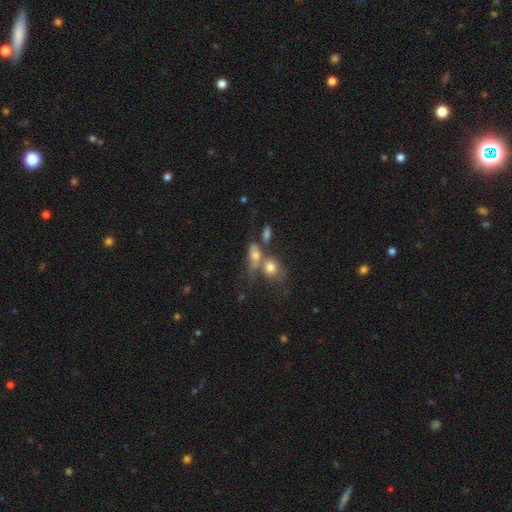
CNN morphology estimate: A smooth galaxy with no disk features (52%) that is in between round and cigar-shaped (55%).

Vote fractions:
- Smooth or featured? smooth: 52% / featured or disk: 33% / star or artifact: 16%
- How rounded? in between: 55% / round: 29% / cigar-shaped: 17%
- Merging? merger: 45% / none: 34% / minor disturbance: 12% / major disturbance: 8%